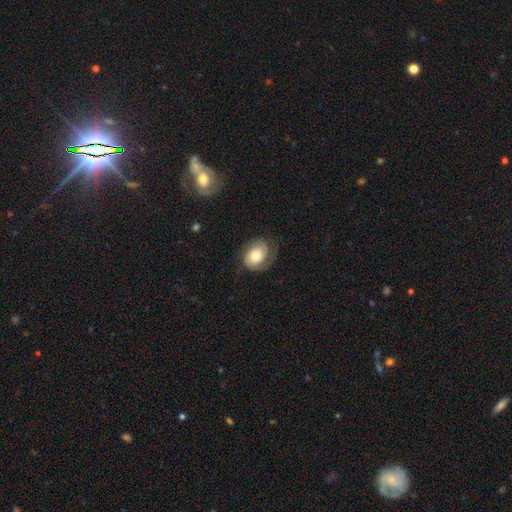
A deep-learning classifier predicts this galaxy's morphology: Smooth or featured: featured or disk — 59% (smooth — 34%)
Edge-on disk: no — 97% (yes — 3%)
Bar: no — 78% (weak — 18%)
Spiral arms: yes — 88% (no — 12%)
Spiral winding: tight — 52% (medium — 32%)
Spiral arm count: 2 — 48% (1 — 32%)
Bulge size: moderate — 59% (small — 22%)
Merging: none — 61% (minor disturbance — 22%)